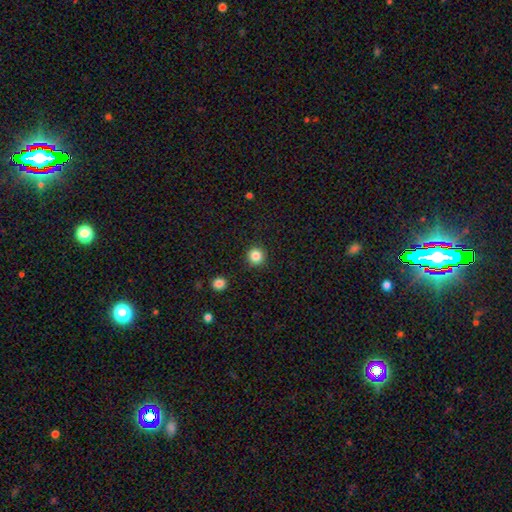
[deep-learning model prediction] This appears to be a smooth galaxy with no disk features (84%) that is round (94%). Merging: none (91%).